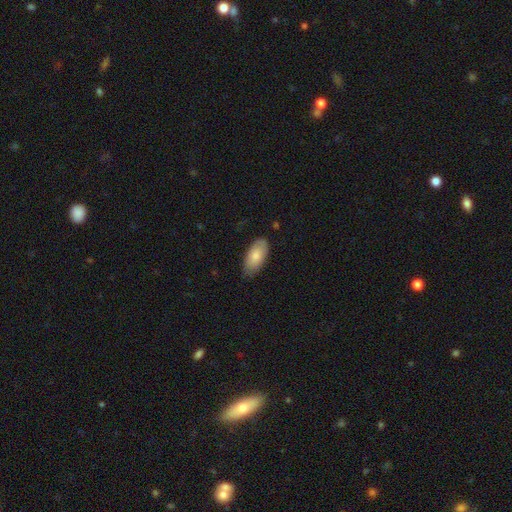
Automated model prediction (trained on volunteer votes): Smooth or featured? Predicted: smooth (p=0.80). How rounded? Predicted: in between (p=0.93). Merging? Predicted: none (p=0.73).